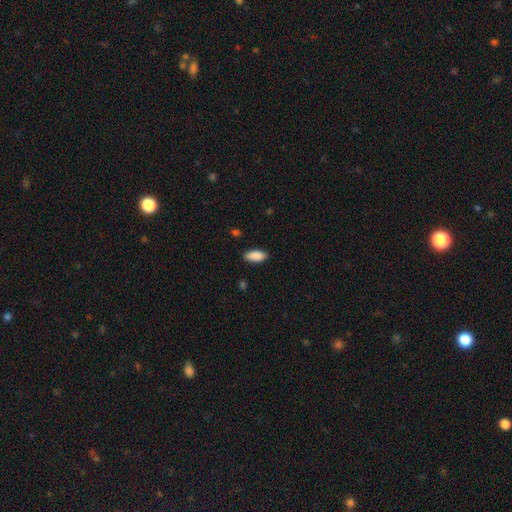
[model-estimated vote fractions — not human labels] This appears to be a smooth galaxy with no disk features (90%) that is in between round and cigar-shaped (86%). Merging: none (87%).